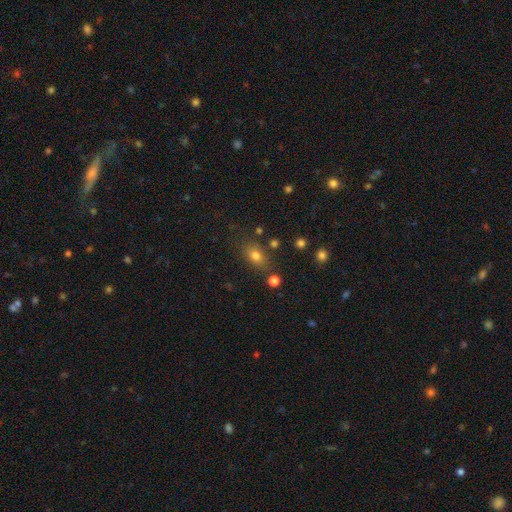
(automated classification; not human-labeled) Smooth or featured: smooth — 74% (star or artifact — 16%)
How rounded: in between — 68% (round — 29%)
Merging: none — 76% (minor disturbance — 13%)